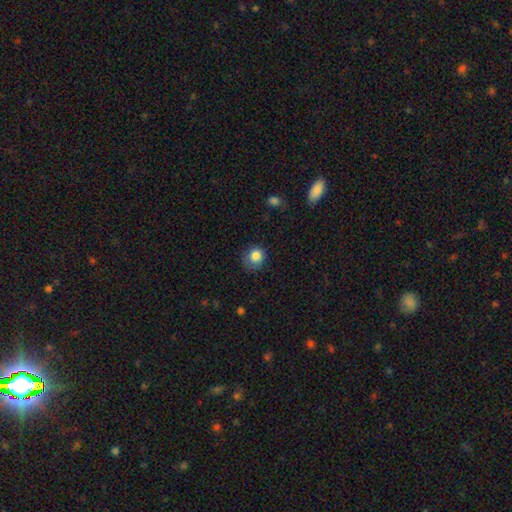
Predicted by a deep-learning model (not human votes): The model was most divided on "merging": none: 68%, minor disturbance: 23%, major disturbance: 7%, merger: 1%. More confident: smooth or featured — smooth (84%); how rounded — round (82%).